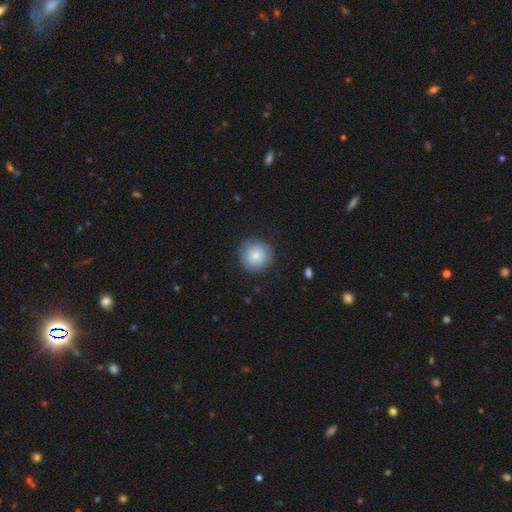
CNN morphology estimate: Q: Smooth or featured?
A: smooth (79%); runner-up: featured or disk (14%)
Q: How rounded?
A: round (94%); runner-up: in between (6%)
Q: Merging?
A: none (85%); runner-up: minor disturbance (11%)